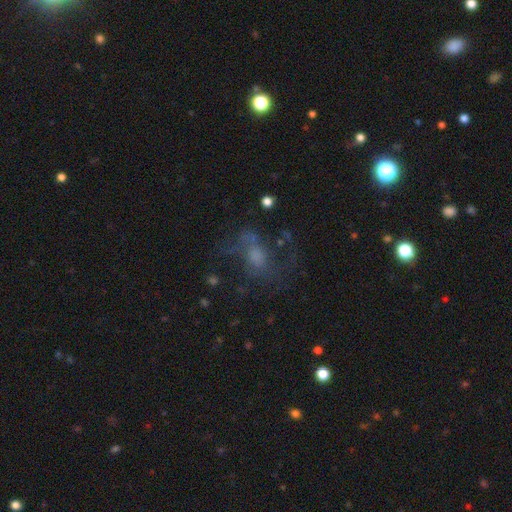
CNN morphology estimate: Smooth or featured?
  - featured or disk: 48% *
  - smooth: 34%
  - star or artifact: 19%
Merging?
  - none: 44% *
  - major disturbance: 33%
  - minor disturbance: 19%
  - merger: 4%